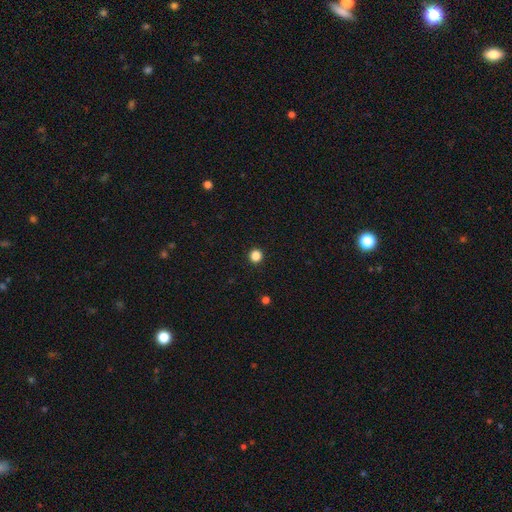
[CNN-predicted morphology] This appears to be a smooth galaxy with no disk features (85%) that is round (93%). Merging: none (93%).